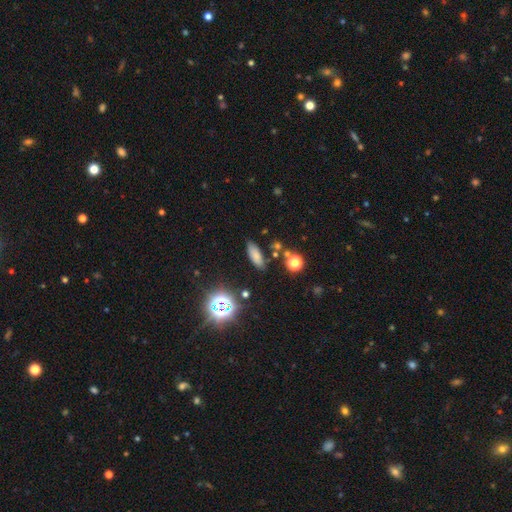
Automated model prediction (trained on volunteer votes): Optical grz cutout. It shows a smooth galaxy with no disk features (73%) that is in between round and cigar-shaped (69%). Merging: none (82%).